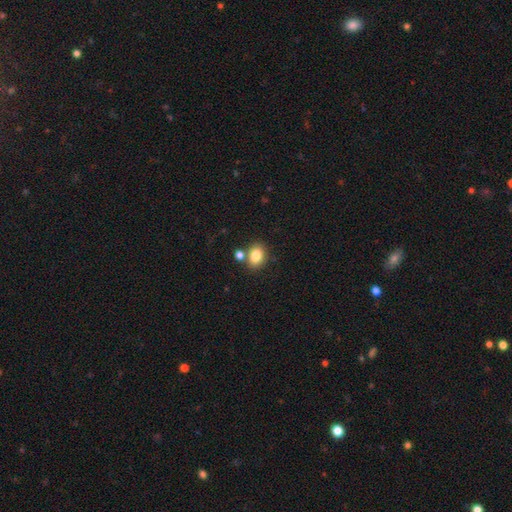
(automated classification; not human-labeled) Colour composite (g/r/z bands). It shows a smooth galaxy with no disk features (83%) that is in between round and cigar-shaped (58%). Merging: none (69%).